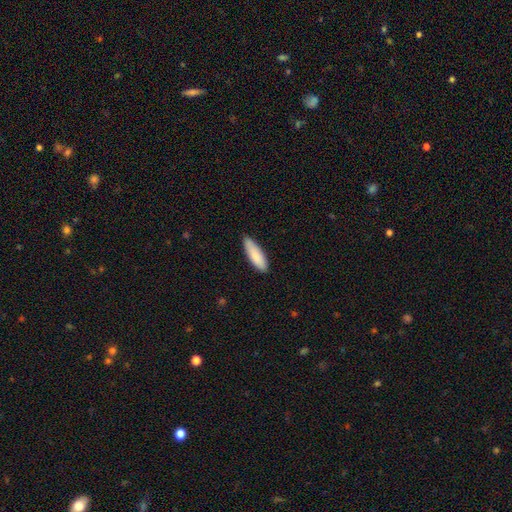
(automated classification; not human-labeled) A smooth galaxy with no disk features (86%) that is cigar-shaped (50%).

Vote fractions:
- Smooth or featured? smooth: 86% / featured or disk: 8% / star or artifact: 5%
- How rounded? cigar-shaped: 50% / in between: 48% / round: 1%
- Merging? none: 80% / minor disturbance: 17% / major disturbance: 2% / merger: 1%